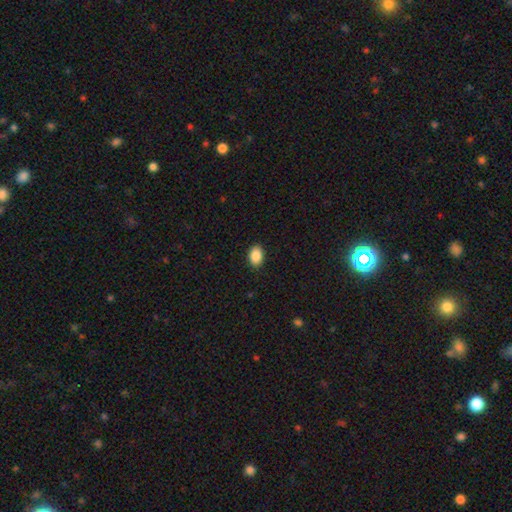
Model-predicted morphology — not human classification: Q: Smooth or featured?
A: smooth (89%); runner-up: star or artifact (8%)
Q: How rounded?
A: in between (83%); runner-up: round (16%)
Q: Merging?
A: none (90%); runner-up: minor disturbance (7%)